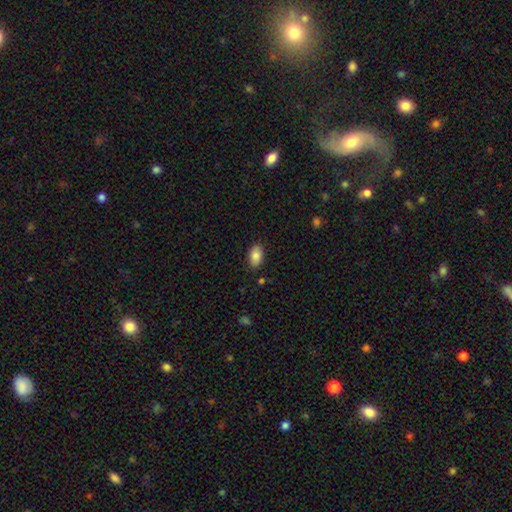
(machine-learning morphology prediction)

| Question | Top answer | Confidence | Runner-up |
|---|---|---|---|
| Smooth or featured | smooth | 86% | star or artifact (7%) |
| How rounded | in between | 91% | round (7%) |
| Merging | none | 86% | minor disturbance (10%) |